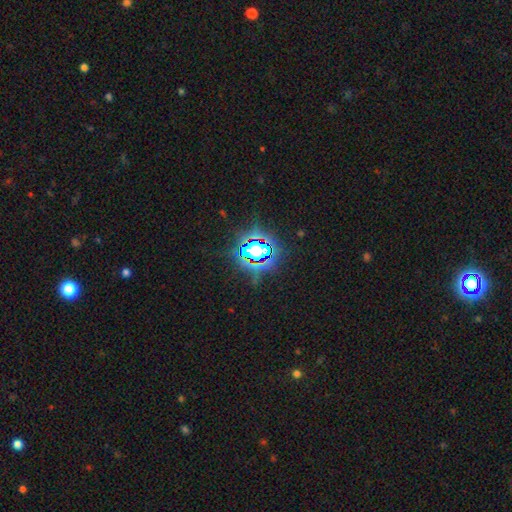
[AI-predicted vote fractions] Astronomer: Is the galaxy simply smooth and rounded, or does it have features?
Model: star or artifact — 80%.